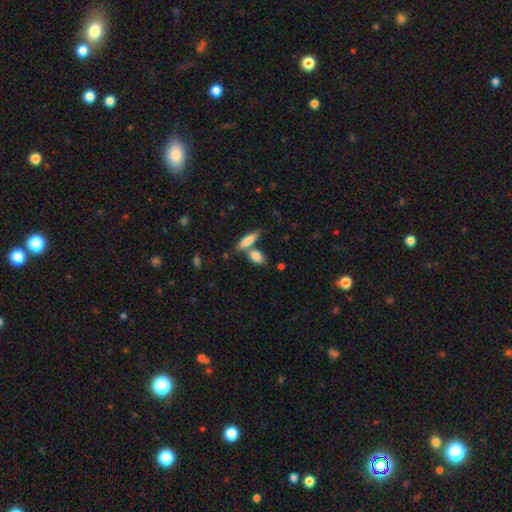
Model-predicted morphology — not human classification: smooth-or-featured: smooth: 82% | featured or disk: 11% | star or artifact: 7%
  how-rounded: in between: 70% | cigar-shaped: 22% | round: 8%
  merging: none: 55% | merger: 30% | minor disturbance: 11% | major disturbance: 3%